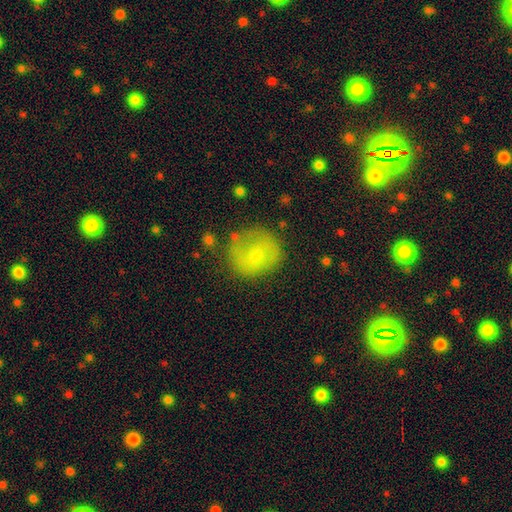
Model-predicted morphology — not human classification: smooth 62%, featured or disk 29%, star or artifact 10%. Down the decision tree: how rounded — round (83%); merging — none (66%).